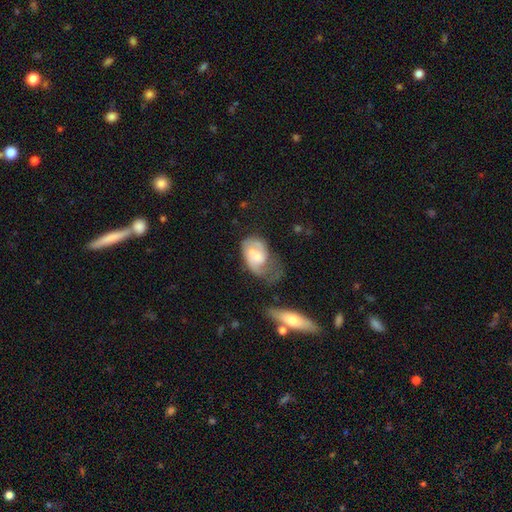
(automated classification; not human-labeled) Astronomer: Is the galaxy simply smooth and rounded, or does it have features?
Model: featured or disk — 60%.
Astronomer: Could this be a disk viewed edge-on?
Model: no — 97%.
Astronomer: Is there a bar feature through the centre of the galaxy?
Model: no — 60%.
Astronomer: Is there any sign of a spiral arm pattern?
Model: yes — 76%.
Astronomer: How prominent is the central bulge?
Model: small — 41% (runner-up: moderate, 38%).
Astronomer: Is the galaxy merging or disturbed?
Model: major disturbance — 34% (runner-up: none, 25%).